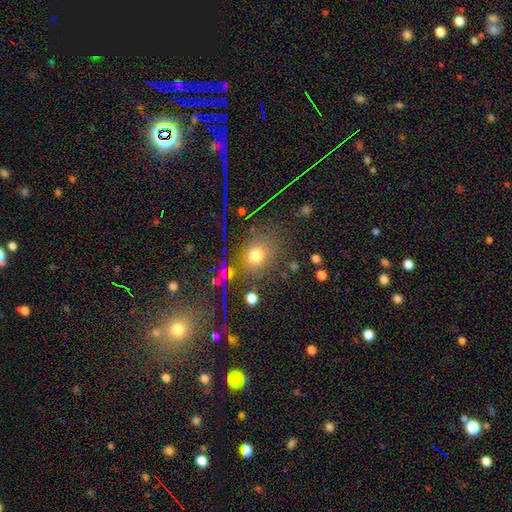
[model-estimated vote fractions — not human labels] Smooth or featured? Predicted: smooth (p=0.68). How rounded? Predicted: round (p=0.68). Merging? Predicted: none (p=0.74).